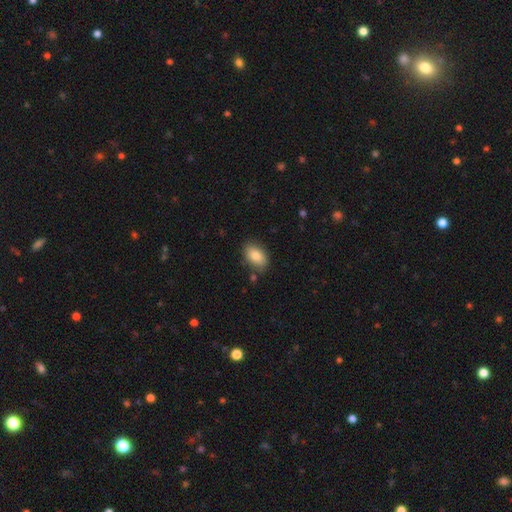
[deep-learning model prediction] A smooth galaxy with no disk features (84%) that is in between round and cigar-shaped (90%).

Vote fractions:
- Smooth or featured? smooth: 84% / featured or disk: 9% / star or artifact: 7%
- How rounded? in between: 90% / round: 8% / cigar-shaped: 2%
- Merging? none: 81% / minor disturbance: 13% / major disturbance: 3% / merger: 3%